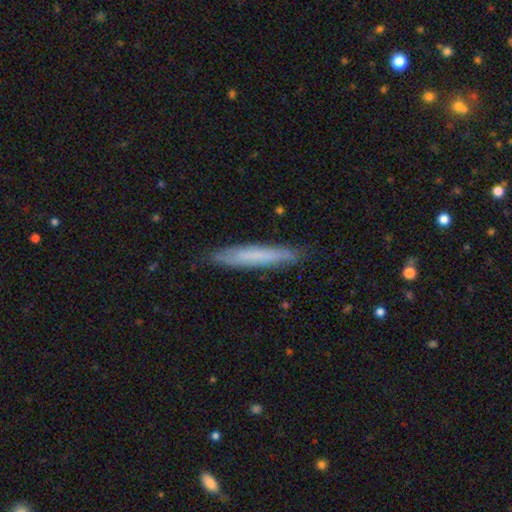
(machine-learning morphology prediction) A smooth galaxy with no disk features (61%) that is cigar-shaped (94%). Merging: none (85%).